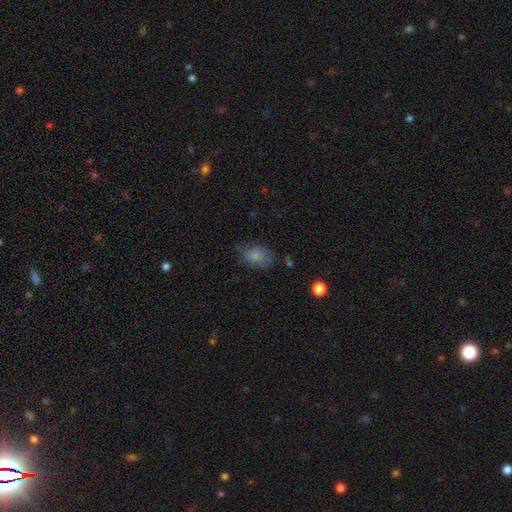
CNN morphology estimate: smooth-or-featured: smooth: 79% | featured or disk: 11% | star or artifact: 10%
  how-rounded: in between: 80% | round: 18% | cigar-shaped: 1%
  merging: none: 56% | minor disturbance: 30% | major disturbance: 11% | merger: 2%